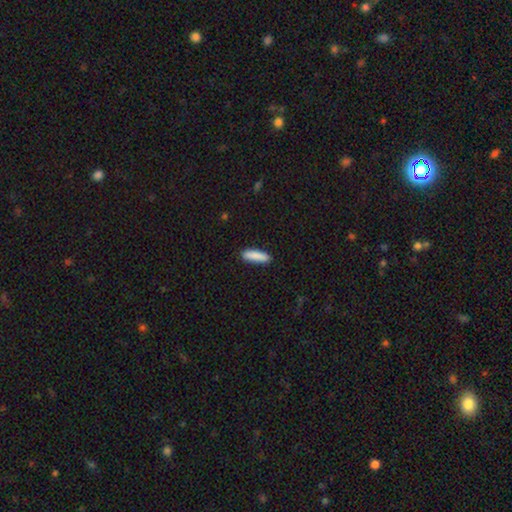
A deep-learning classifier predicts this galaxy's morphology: Smooth or featured? Predicted: smooth (p=0.89). How rounded? Predicted: cigar-shaped (p=0.64). Merging? Predicted: none (p=0.89).